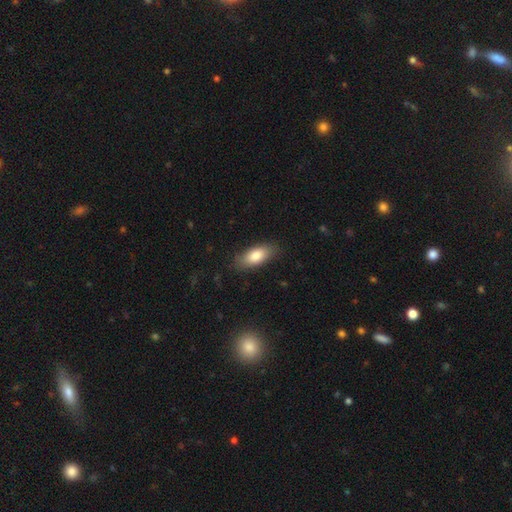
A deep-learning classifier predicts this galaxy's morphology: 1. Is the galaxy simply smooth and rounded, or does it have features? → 83% smooth, 11% featured or disk, 6% star or artifact.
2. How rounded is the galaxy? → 85% in between, 12% cigar-shaped, 3% round.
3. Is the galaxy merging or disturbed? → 83% none, 13% minor disturbance, 3% major disturbance, 1% merger.